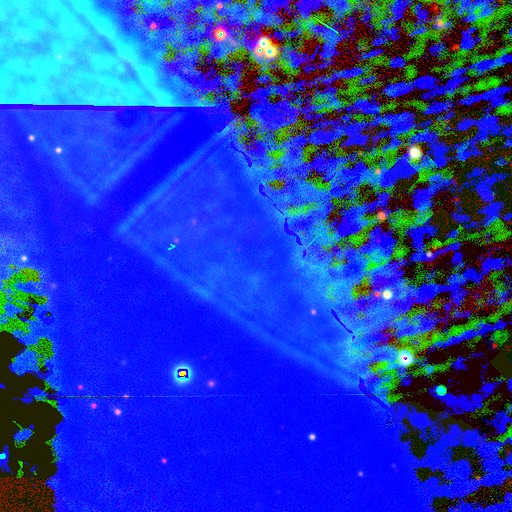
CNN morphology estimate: Smooth or featured? Predicted: star or artifact (p=0.85).